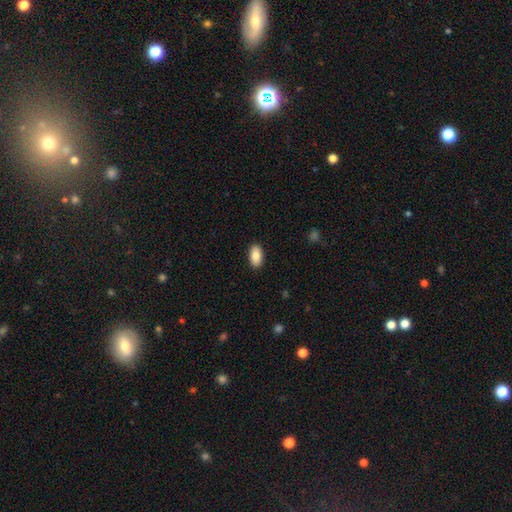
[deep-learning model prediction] This is clearly a smooth galaxy (87%). How rounded: clearly in between (94%). Merging: clearly none (90%).